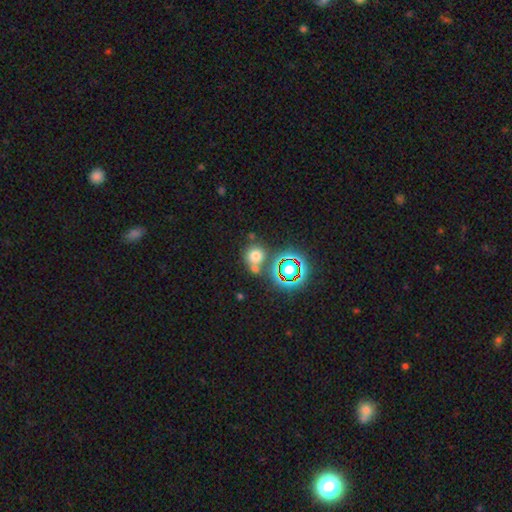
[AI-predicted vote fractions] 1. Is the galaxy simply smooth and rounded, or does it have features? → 65% smooth, 26% star or artifact, 9% featured or disk.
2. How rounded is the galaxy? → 85% round, 14% in between, 1% cigar-shaped.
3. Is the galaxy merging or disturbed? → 60% none, 24% merger, 11% minor disturbance, 5% major disturbance.